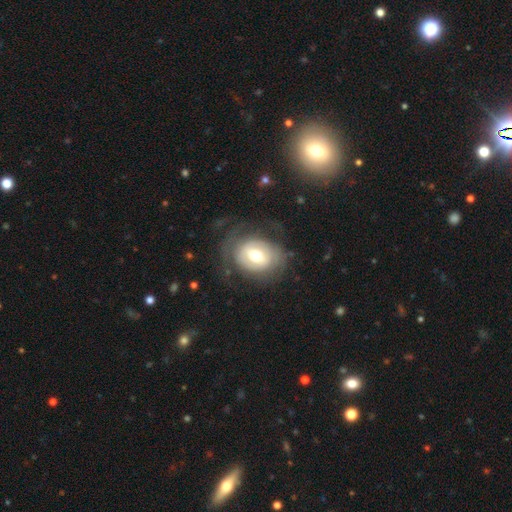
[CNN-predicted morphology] Smooth or featured: featured or disk — 59% (smooth — 34%)
Edge-on disk: no — 95% (yes — 5%)
Bar: weak — 45% (no — 35%)
Spiral arms: yes — 65% (no — 35%)
Bulge size: moderate — 64% (small — 21%)
Merging: none — 58% (major disturbance — 21%)